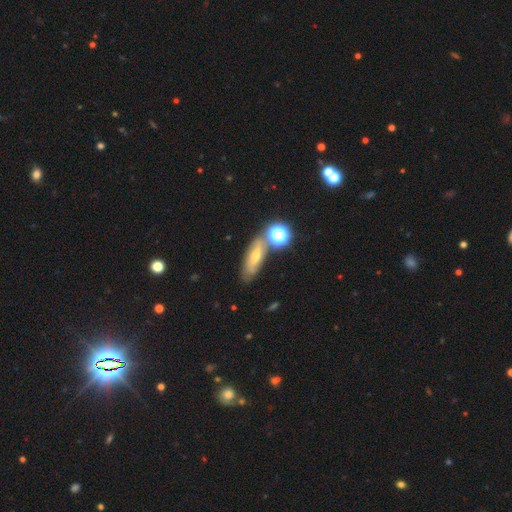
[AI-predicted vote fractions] smooth_or_featured: smooth (p=0.40) [alt: featured or disk p=0.39]
merging: none (p=0.67) [alt: minor disturbance p=0.16]